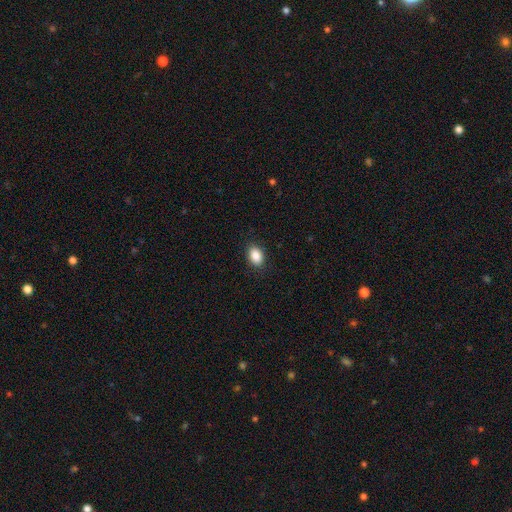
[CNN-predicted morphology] This is clearly a smooth galaxy (88%). How rounded: clearly in between (81%). Merging: clearly none (89%).